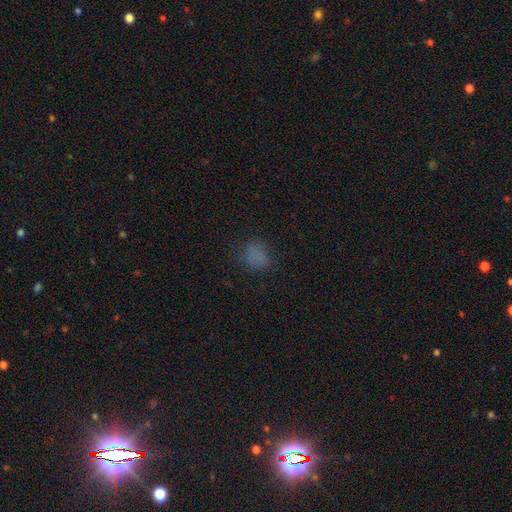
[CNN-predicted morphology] Overall: smooth (72%). How rounded: round (55%; in between 44%). Merging: none (72%).